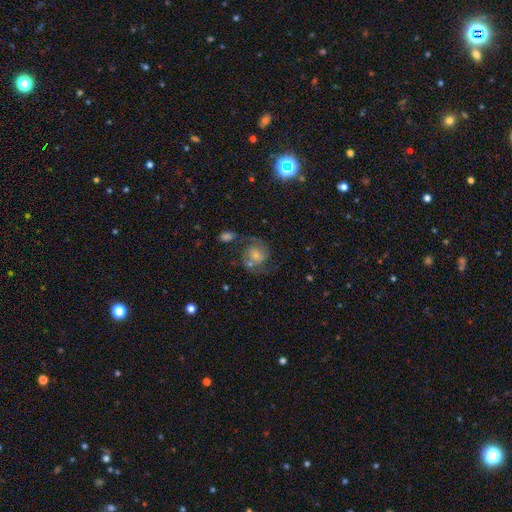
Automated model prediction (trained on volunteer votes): A featured or disk galaxy (73%) with no bar (56%), 2 (90%) medium (53%) spiral arms (94%) and a small central bulge (43%).

Vote fractions:
- Smooth or featured? featured or disk: 73% / smooth: 18% / star or artifact: 9%
- Edge-on disk? no: 98% / yes: 2%
- Bar? no: 56% / weak: 36% / strong: 8%
- Spiral arms? yes: 94% / no: 6%
- Spiral winding? medium: 53% / loose: 26% / tight: 21%
- Spiral arm count? 2: 90% / can't tell: 4% / 1: 2% / 3: 2% / 4: 1% / more than 4: 1%
- Bulge size? small: 43% / moderate: 37% / none: 10% / large: 8% / dominant: 2%
- Merging? none: 60% / minor disturbance: 16% / merger: 13% / major disturbance: 11%